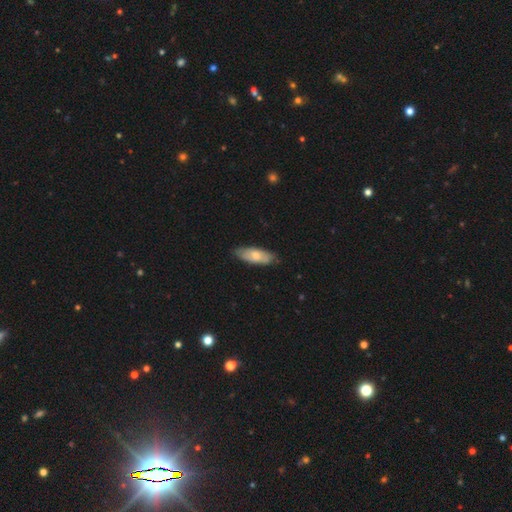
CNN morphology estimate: Overall: smooth (68%). How rounded: in between (72%). Merging: none (78%).